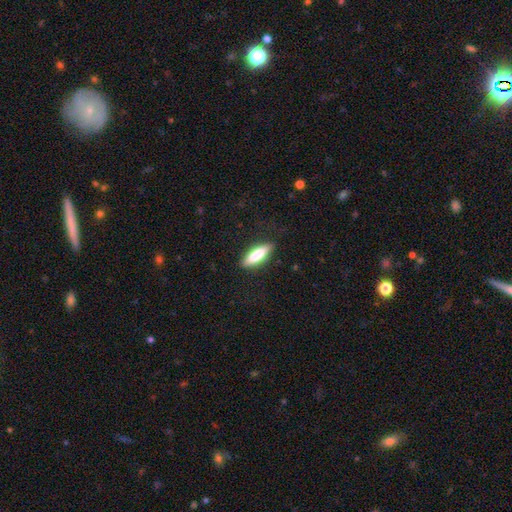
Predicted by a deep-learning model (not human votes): Morphology: type=smooth (77%); roundness=cigar-shaped (54%); merging=none (85%).